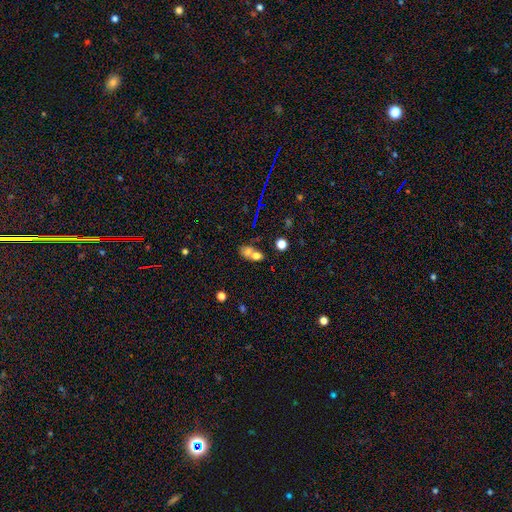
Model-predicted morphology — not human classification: Smooth or featured? smooth (67%)
How rounded? in between (59%)
Merging? merger (63%)